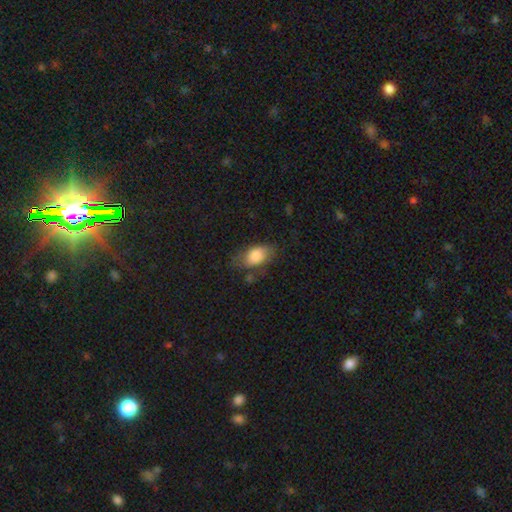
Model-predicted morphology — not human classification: smooth-or-featured: smooth: 81% | featured or disk: 12% | star or artifact: 7%
  how-rounded: in between: 89% | round: 7% | cigar-shaped: 4%
  merging: none: 59% | minor disturbance: 27% | major disturbance: 11% | merger: 4%